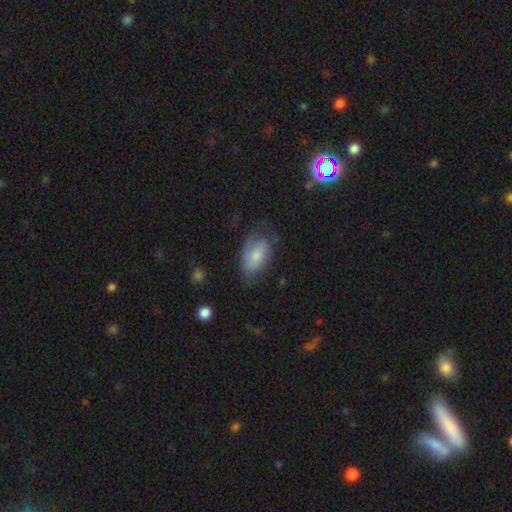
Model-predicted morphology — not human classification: smooth-or-featured: smooth: 64% | featured or disk: 29% | star or artifact: 7%
  how-rounded: in between: 92% | round: 5% | cigar-shaped: 3%
  merging: none: 53% | minor disturbance: 29% | major disturbance: 16% | merger: 2%